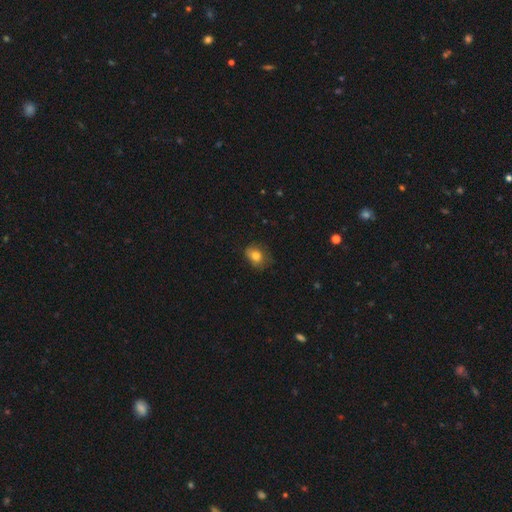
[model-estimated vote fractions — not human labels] This appears to be a smooth galaxy with no disk features (77%) that is in between round and cigar-shaped (61%). Merging: none (64%).